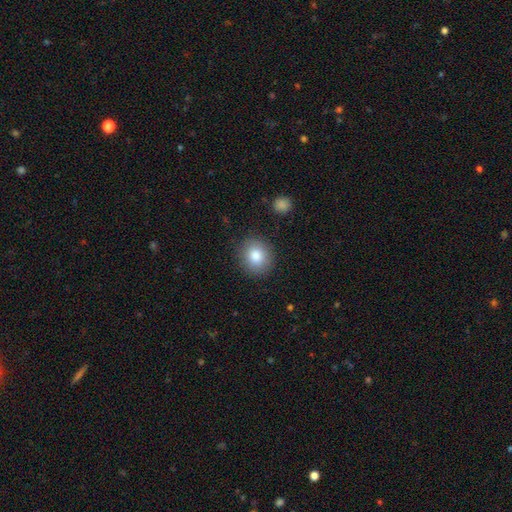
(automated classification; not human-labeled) Smooth or featured? Predicted: smooth (p=0.83). How rounded? Predicted: round (p=0.80). Merging? Predicted: none (p=0.88).